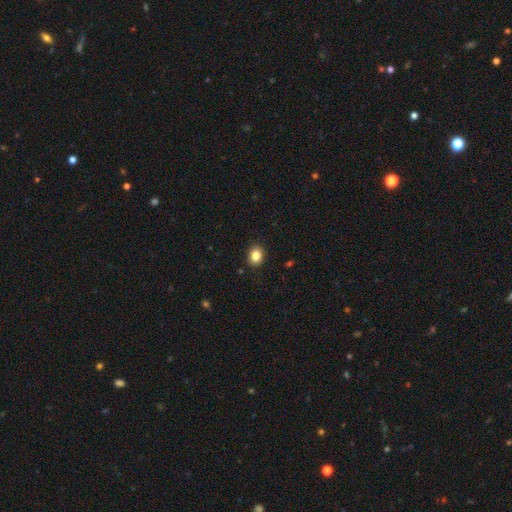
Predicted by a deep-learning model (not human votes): Smooth or featured? smooth (84%)
How rounded? round (53%)
Merging? none (90%)